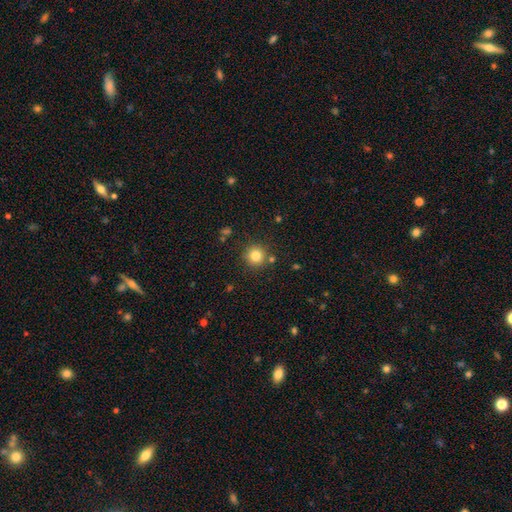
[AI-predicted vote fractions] Smooth or featured? smooth (82%)
How rounded? round (95%)
Merging? none (86%)